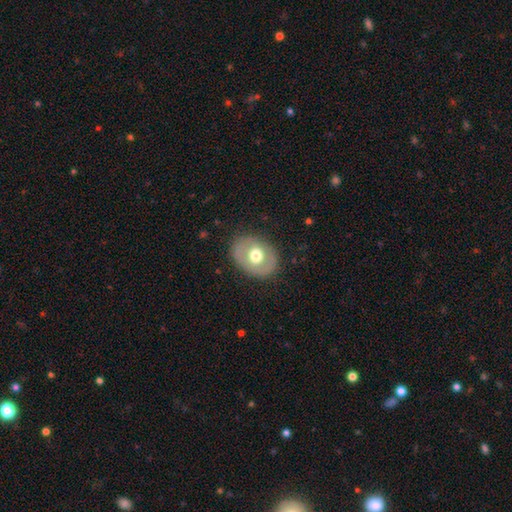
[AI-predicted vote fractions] Smooth or featured: smooth — 54% (featured or disk — 39%)
How rounded: in between — 57% (round — 42%)
Merging: none — 81% (minor disturbance — 13%)